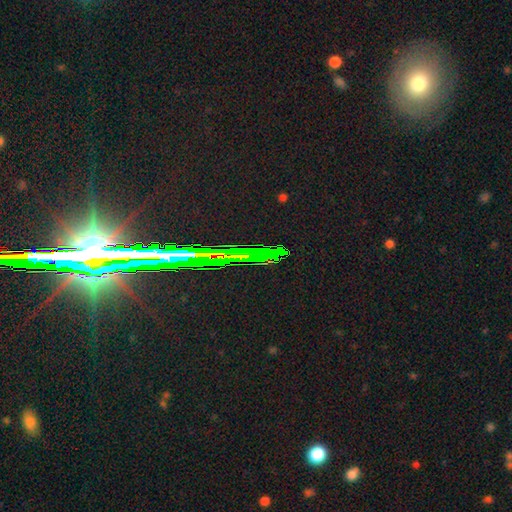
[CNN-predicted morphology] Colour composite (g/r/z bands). It shows a star or artifact, not a galaxy (79%).